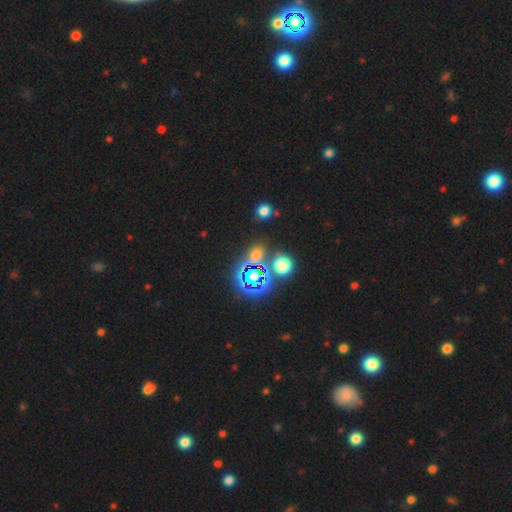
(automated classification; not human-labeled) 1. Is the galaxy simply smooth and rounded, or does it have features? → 49% star or artifact, 42% smooth, 9% featured or disk.